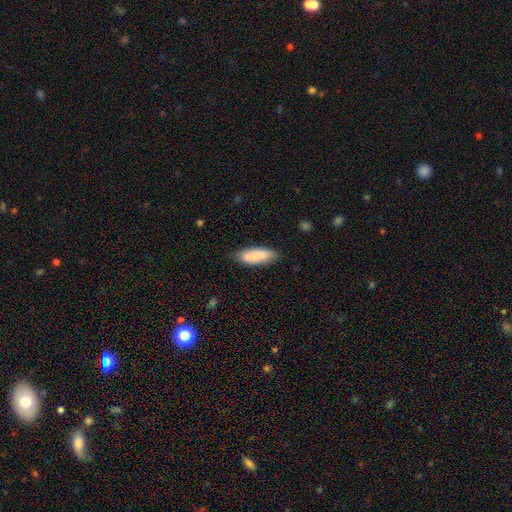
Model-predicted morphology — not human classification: Smooth or featured? smooth (85%)
How rounded? in between (65%)
Merging? none (78%)